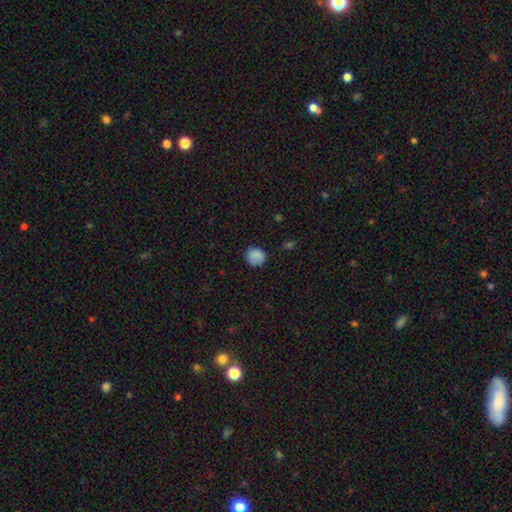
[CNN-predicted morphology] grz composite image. It shows a smooth galaxy with no disk features (84%) that is round (84%). Merging: none (78%).